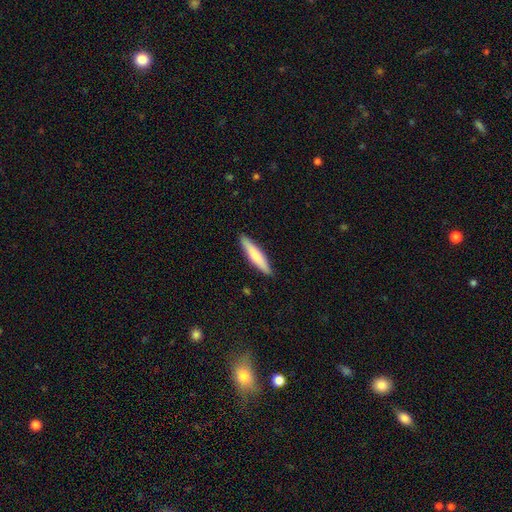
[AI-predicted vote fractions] A smooth galaxy with no disk features (71%) that is cigar-shaped (88%).

Vote fractions:
- Smooth or featured? smooth: 71% / featured or disk: 24% / star or artifact: 5%
- How rounded? cigar-shaped: 88% / in between: 11% / round: 1%
- Merging? none: 90% / minor disturbance: 8% / major disturbance: 2% / merger: 1%